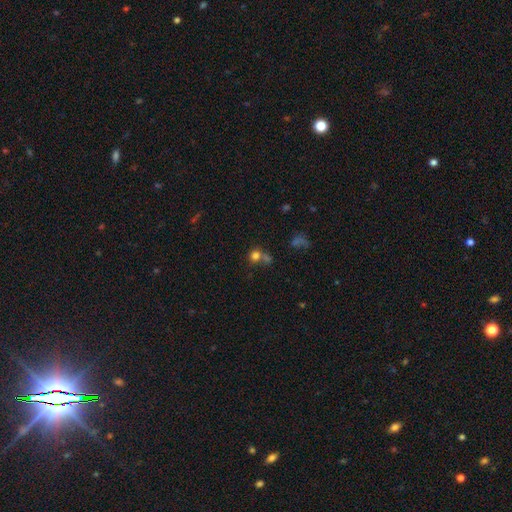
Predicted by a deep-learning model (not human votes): Smooth or featured? Predicted: smooth (p=0.75). How rounded? Predicted: round (p=0.83). Merging? Predicted: none (p=0.49).